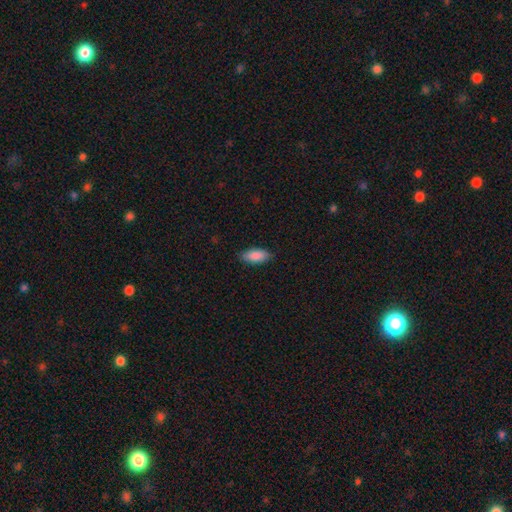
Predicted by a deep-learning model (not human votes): smooth-or-featured: smooth: 89% | star or artifact: 6% | featured or disk: 5%
  how-rounded: in between: 85% | cigar-shaped: 13% | round: 2%
  merging: none: 86% | minor disturbance: 11% | major disturbance: 2% | merger: 1%